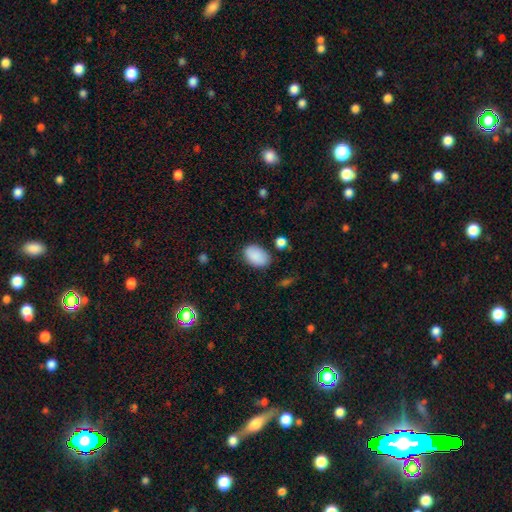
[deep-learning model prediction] Smooth or featured: smooth — 89% (star or artifact — 7%)
How rounded: in between — 87% (round — 12%)
Merging: none — 79% (minor disturbance — 14%)